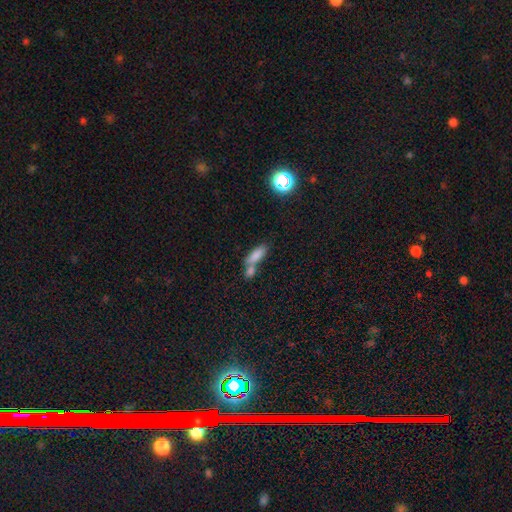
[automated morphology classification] The model was most divided on "merging": merger: 56%, none: 29%, minor disturbance: 10%, major disturbance: 5%. More confident: smooth or featured — smooth (78%); how rounded — in between (63%).